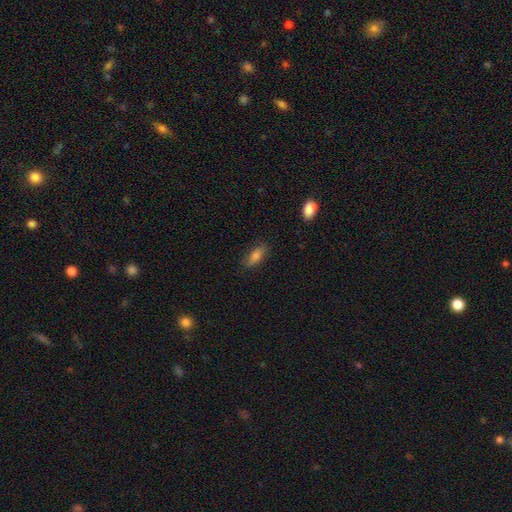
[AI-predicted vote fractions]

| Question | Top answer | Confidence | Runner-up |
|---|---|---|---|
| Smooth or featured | smooth | 78% | featured or disk (13%) |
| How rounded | in between | 79% | cigar-shaped (17%) |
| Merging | none | 77% | minor disturbance (18%) |